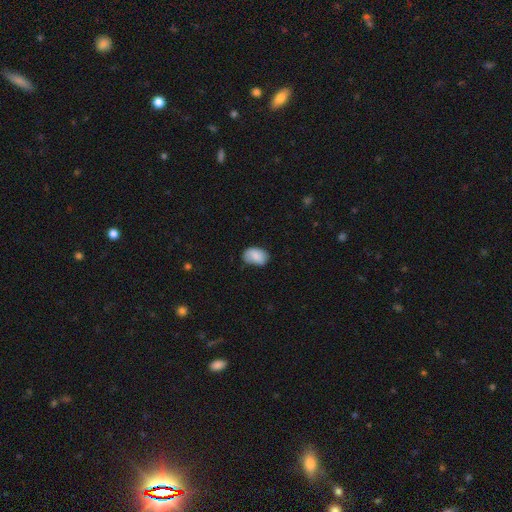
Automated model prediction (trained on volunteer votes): smooth 84%, featured or disk 9%, star or artifact 7%. Down the decision tree: how rounded — in between (86%); merging — none (68%).